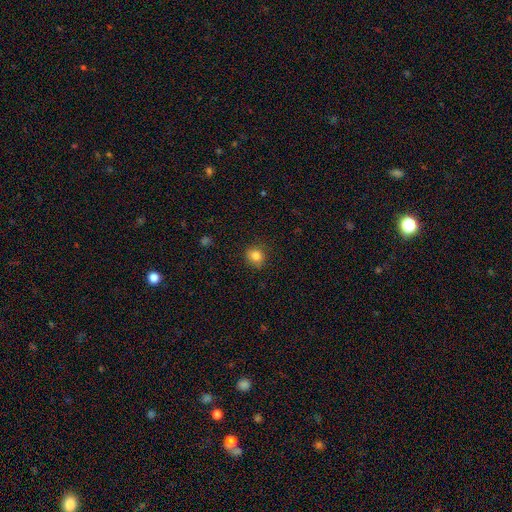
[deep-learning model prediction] Smooth or featured?
  - smooth: 83% *
  - star or artifact: 11%
  - featured or disk: 5%
How rounded?
  - round: 82% *
  - in between: 17%
  - cigar-shaped: 1%
Merging?
  - none: 85% *
  - minor disturbance: 11%
  - major disturbance: 3%
  - merger: 1%